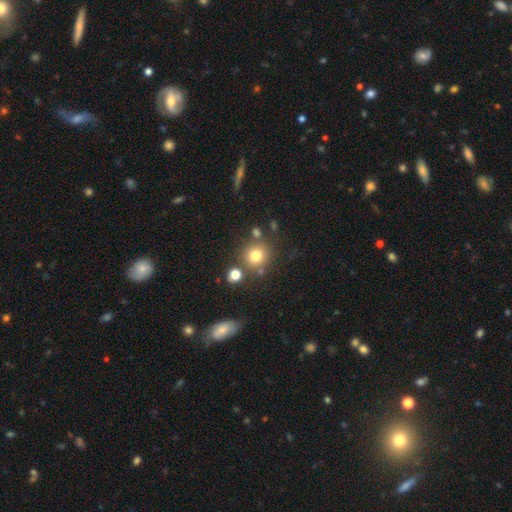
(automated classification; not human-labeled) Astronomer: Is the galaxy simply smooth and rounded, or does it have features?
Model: smooth — 76%.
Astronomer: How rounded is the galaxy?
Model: round — 90%.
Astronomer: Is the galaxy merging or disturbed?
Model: none — 75%.